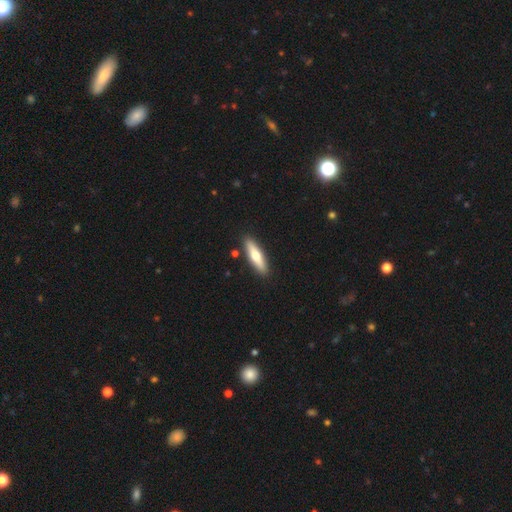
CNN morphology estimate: A smooth galaxy with no disk features (57%) that is cigar-shaped (71%). Merging: none (89%).